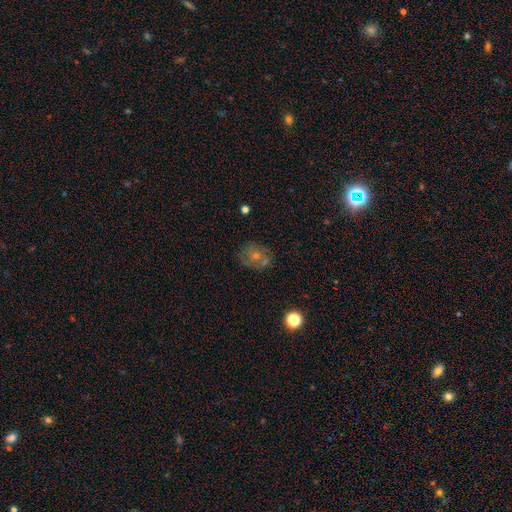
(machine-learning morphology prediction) The model was most divided on "smooth or featured": featured or disk: 41%, smooth: 36%, star or artifact: 23%. More confident: merging — none (71%).